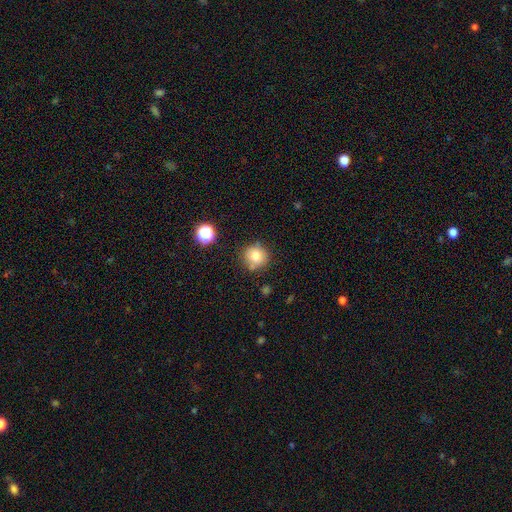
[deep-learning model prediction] Smooth or featured: smooth — 79% (star or artifact — 12%)
How rounded: round — 92% (in between — 7%)
Merging: none — 78% (minor disturbance — 13%)